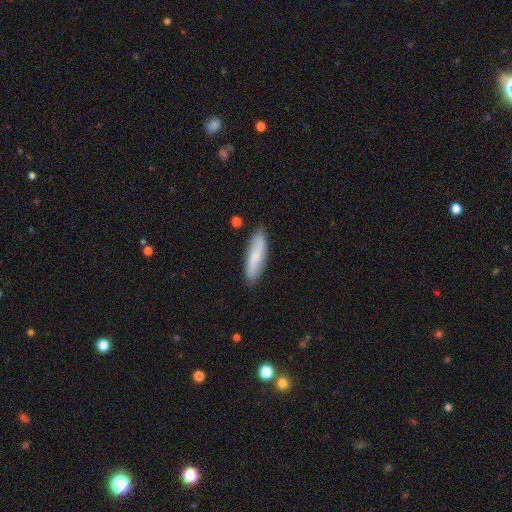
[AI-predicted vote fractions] Smooth or featured? smooth (74%)
How rounded? cigar-shaped (66%)
Merging? none (86%)